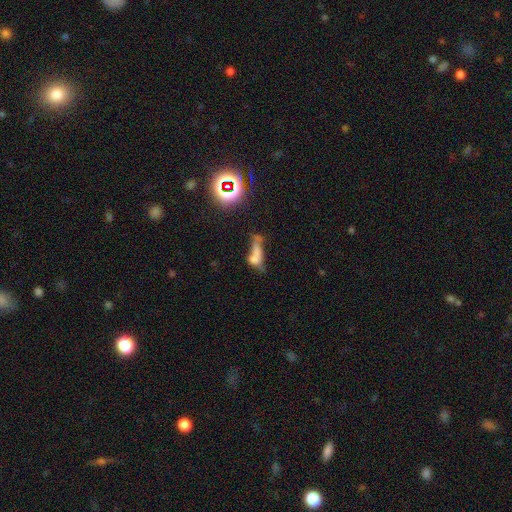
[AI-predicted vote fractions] smooth-or-featured: smooth: 49% | featured or disk: 32% | star or artifact: 19%
  merging: merger: 34% | major disturbance: 29% | none: 22% | minor disturbance: 15%